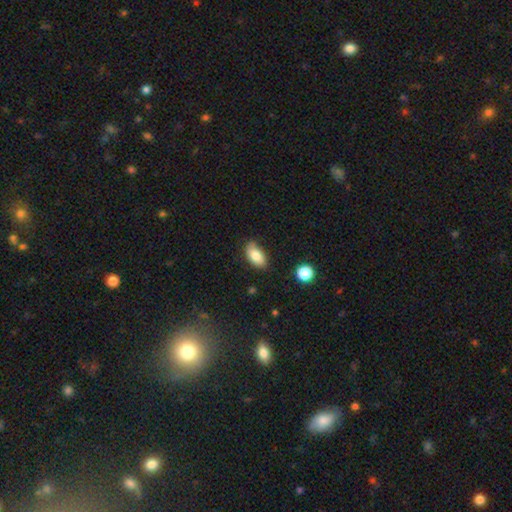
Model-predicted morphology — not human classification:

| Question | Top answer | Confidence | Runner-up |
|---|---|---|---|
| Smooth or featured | smooth | 84% | featured or disk (8%) |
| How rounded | in between | 91% | round (5%) |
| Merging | none | 70% | minor disturbance (23%) |